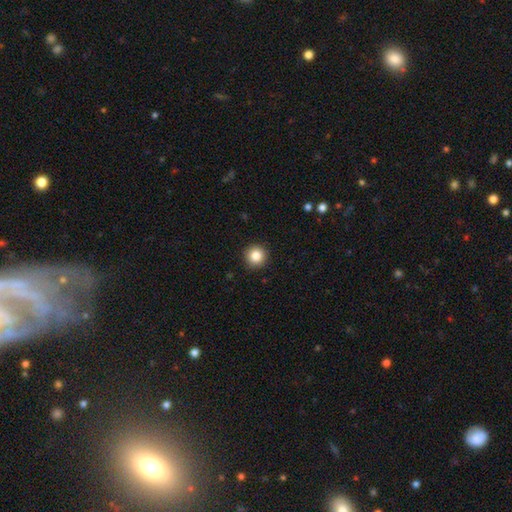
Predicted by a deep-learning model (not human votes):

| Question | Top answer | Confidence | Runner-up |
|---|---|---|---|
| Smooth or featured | smooth | 85% | star or artifact (10%) |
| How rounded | round | 95% | in between (4%) |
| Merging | none | 92% | minor disturbance (5%) |